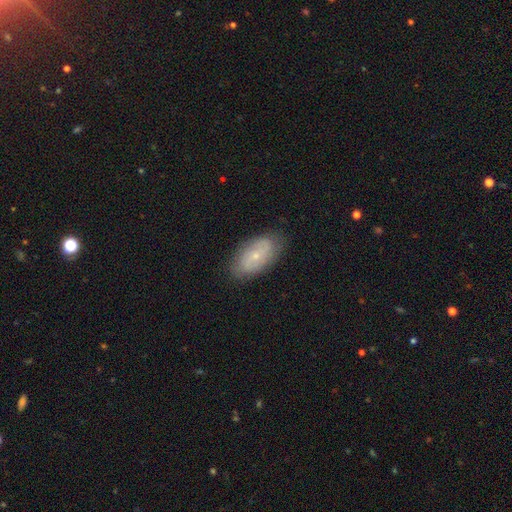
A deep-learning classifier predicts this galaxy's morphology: smooth_or_featured: featured or disk (p=0.50) [alt: smooth p=0.42]
disk_edge_on: no (p=0.91) [alt: yes p=0.09]
merging: none (p=0.81) [alt: minor disturbance p=0.15]